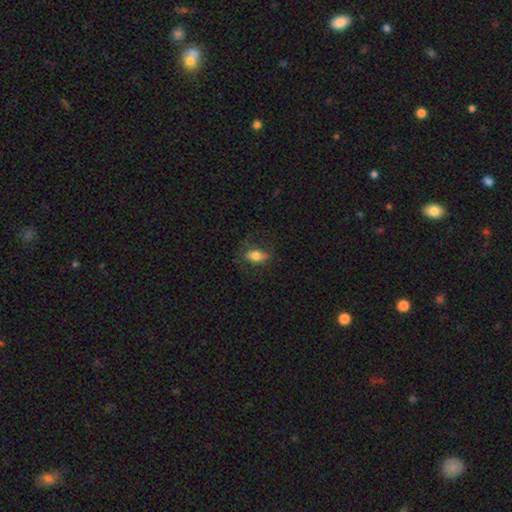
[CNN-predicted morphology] smooth_or_featured: smooth (p=0.73) [alt: featured or disk p=0.18]
how_rounded: in between (p=0.84) [alt: round p=0.12]
merging: none (p=0.69) [alt: minor disturbance p=0.19]